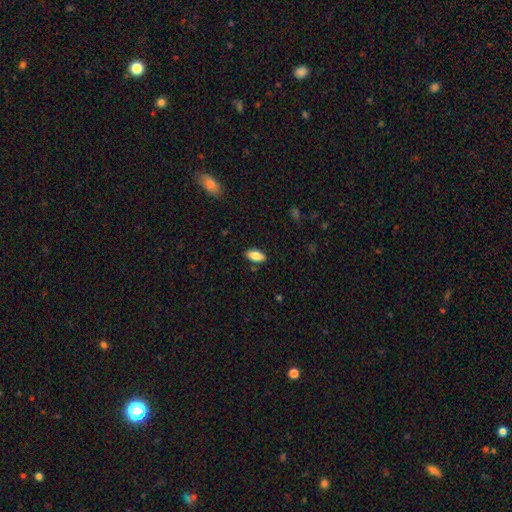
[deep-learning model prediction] Smooth or featured? Predicted: smooth (p=0.81). How rounded? Predicted: in between (p=0.88). Merging? Predicted: none (p=0.87).